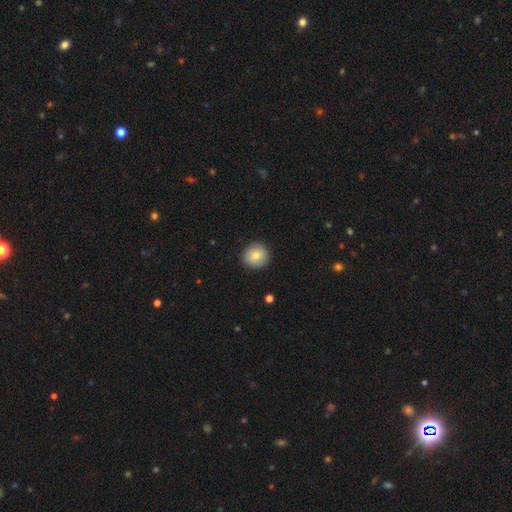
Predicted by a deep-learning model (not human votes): Smooth or featured? smooth (79%)
How rounded? round (89%)
Merging? none (88%)